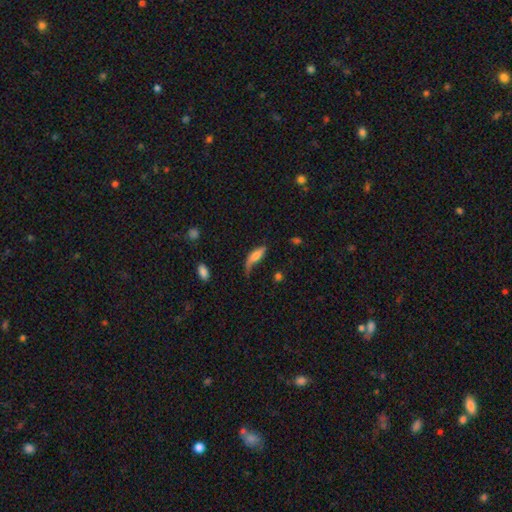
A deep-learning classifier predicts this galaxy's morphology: smooth-or-featured: smooth: 68% | featured or disk: 25% | star or artifact: 7%
  how-rounded: in between: 56% | cigar-shaped: 41% | round: 3%
  merging: minor disturbance: 34% | none: 33% | major disturbance: 30% | merger: 4%